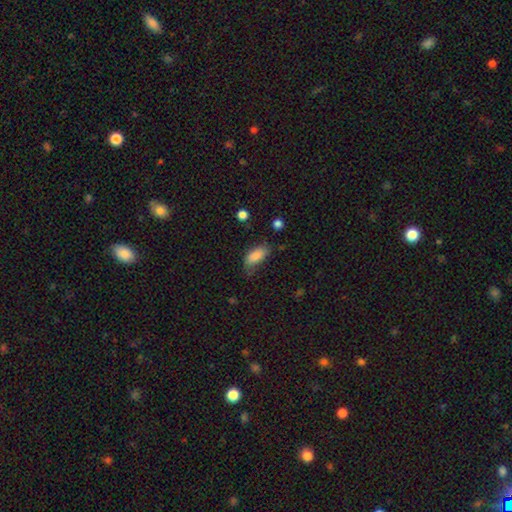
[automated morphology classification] Smooth or featured? Predicted: smooth (p=0.84). How rounded? Predicted: in between (p=0.87). Merging? Predicted: none (p=0.56).